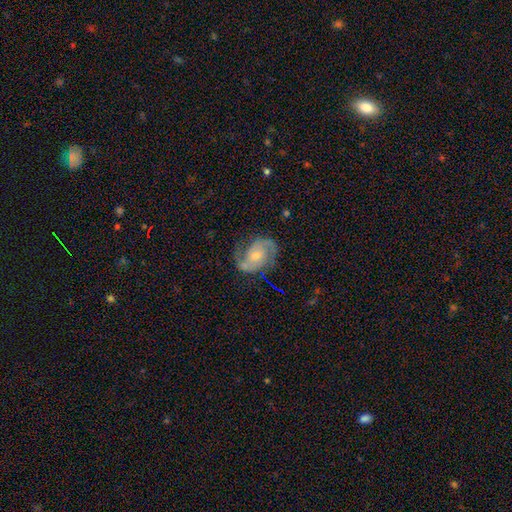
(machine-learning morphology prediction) Smooth or featured?
  - featured or disk: 82% *
  - smooth: 12%
  - star or artifact: 6%
Edge-on disk?
  - no: 97% *
  - yes: 3%
Bar?
  - no: 59% *
  - weak: 34%
  - strong: 7%
Spiral arms?
  - yes: 95% *
  - no: 5%
Spiral winding?
  - medium: 52% *
  - loose: 25%
  - tight: 23%
Spiral arm count?
  - 2: 88% *
  - can't tell: 5%
  - 1: 2%
  - 3: 2%
  - 4: 1%
  - more than 4: 1%
Bulge size?
  - moderate: 52% *
  - small: 40%
  - large: 4%
  - none: 3%
  - dominant: 1%
Merging?
  - none: 68% *
  - minor disturbance: 20%
  - major disturbance: 10%
  - merger: 2%